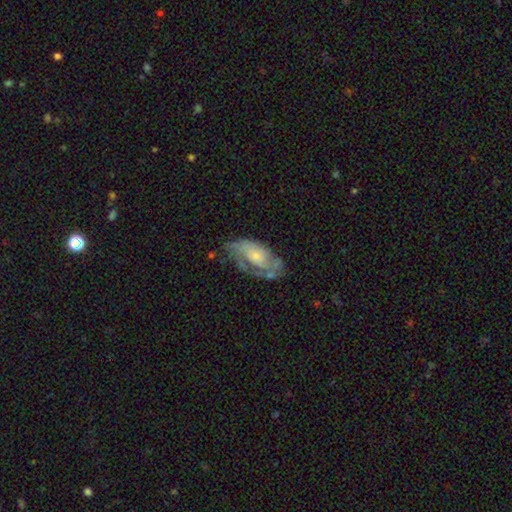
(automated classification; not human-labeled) Q: Smooth or featured?
A: featured or disk (66%); runner-up: smooth (27%)
Q: Edge-on disk?
A: no (94%); runner-up: yes (6%)
Q: Bar?
A: no (76%); runner-up: weak (20%)
Q: Spiral arms?
A: yes (77%); runner-up: no (23%)
Q: Bulge size?
A: small (59%); runner-up: moderate (29%)
Q: Merging?
A: none (48%); runner-up: minor disturbance (27%)